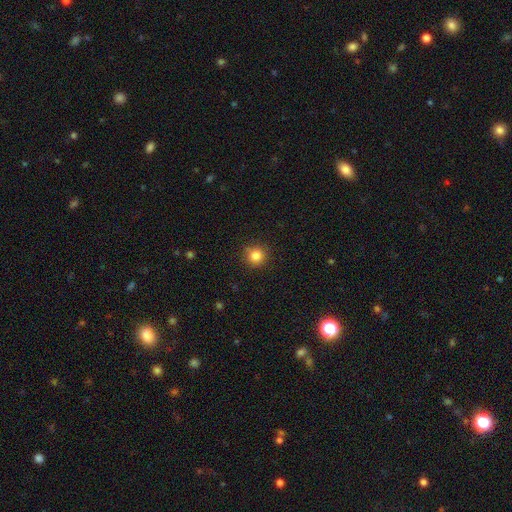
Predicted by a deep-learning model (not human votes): Smooth or featured: smooth — 84% (star or artifact — 11%)
How rounded: round — 93% (in between — 6%)
Merging: none — 88% (minor disturbance — 8%)